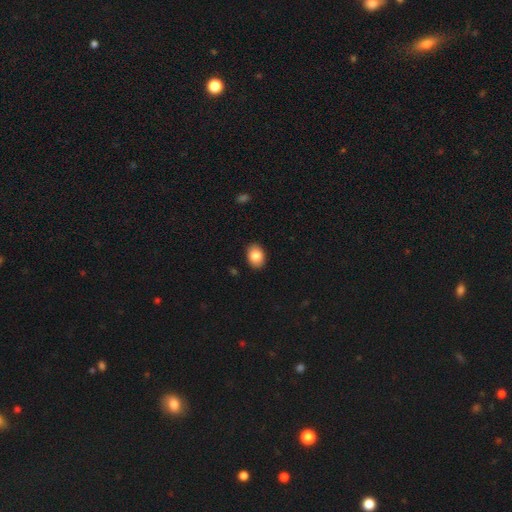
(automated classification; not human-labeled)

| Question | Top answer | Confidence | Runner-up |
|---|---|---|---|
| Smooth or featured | smooth | 85% | star or artifact (8%) |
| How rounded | in between | 74% | round (25%) |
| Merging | none | 89% | minor disturbance (8%) |